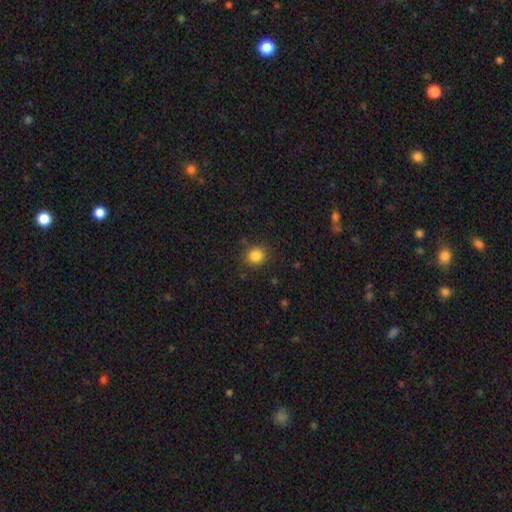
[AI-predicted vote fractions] A smooth galaxy with no disk features (85%) that is round (83%).

Vote fractions:
- Smooth or featured? smooth: 85% / star or artifact: 11% / featured or disk: 4%
- How rounded? round: 83% / in between: 16% / cigar-shaped: 1%
- Merging? none: 86% / minor disturbance: 9% / major disturbance: 3% / merger: 2%